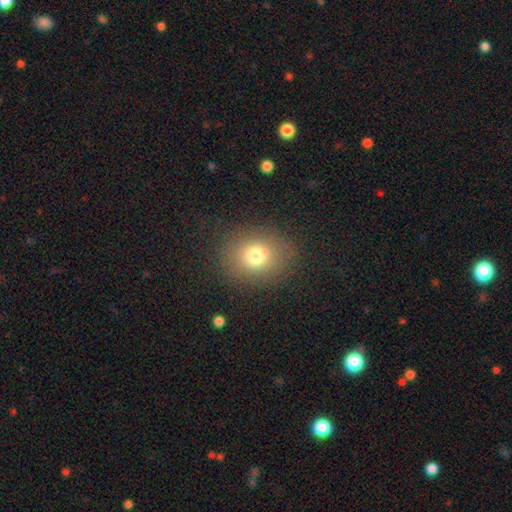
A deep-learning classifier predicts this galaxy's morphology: A smooth galaxy with no disk features (75%) that is round (67%).

Vote fractions:
- Smooth or featured? smooth: 75% / star or artifact: 14% / featured or disk: 11%
- How rounded? round: 67% / in between: 32% / cigar-shaped: 1%
- Merging? none: 84% / minor disturbance: 10% / major disturbance: 5% / merger: 1%